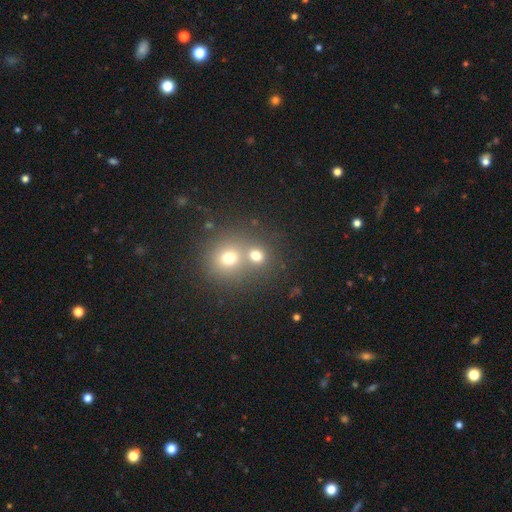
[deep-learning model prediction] smooth_or_featured: smooth (p=0.70) [alt: star or artifact p=0.17]
how_rounded: round (p=0.79) [alt: in between p=0.20]
merging: merger (p=0.47) [alt: none p=0.44]